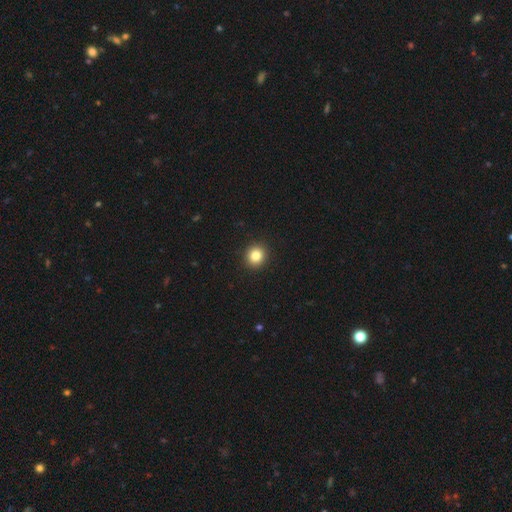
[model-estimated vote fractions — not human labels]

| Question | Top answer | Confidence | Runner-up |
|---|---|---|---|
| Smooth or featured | smooth | 83% | star or artifact (11%) |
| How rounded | round | 87% | in between (13%) |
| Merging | none | 93% | minor disturbance (5%) |